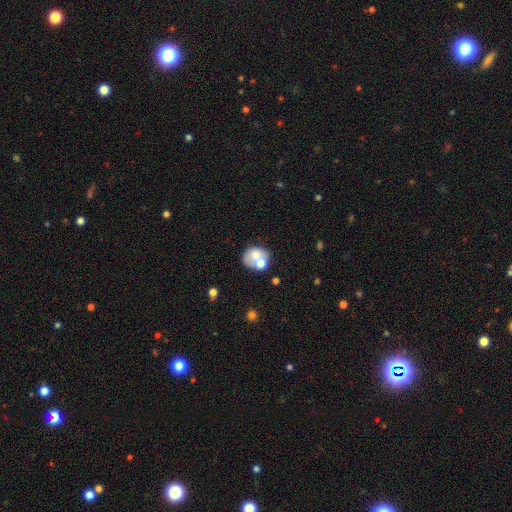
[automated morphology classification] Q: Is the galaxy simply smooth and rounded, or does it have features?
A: smooth — 62%.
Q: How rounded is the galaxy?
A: round — 53%.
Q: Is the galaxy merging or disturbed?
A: merger — 42%.